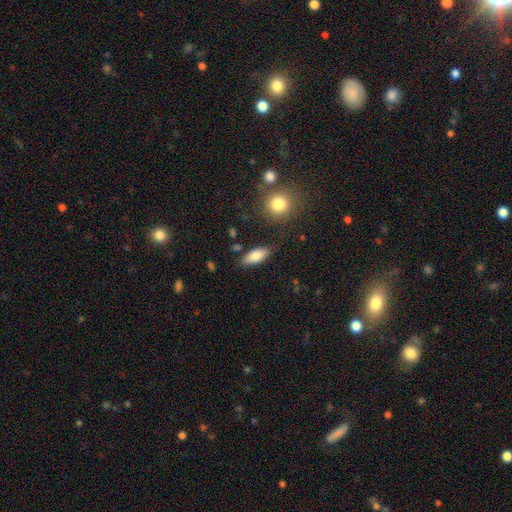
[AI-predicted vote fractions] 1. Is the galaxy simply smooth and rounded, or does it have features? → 82% smooth, 11% featured or disk, 7% star or artifact.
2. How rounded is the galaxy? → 85% in between, 12% cigar-shaped, 3% round.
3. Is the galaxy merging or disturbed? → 80% none, 13% minor disturbance, 3% merger, 3% major disturbance.